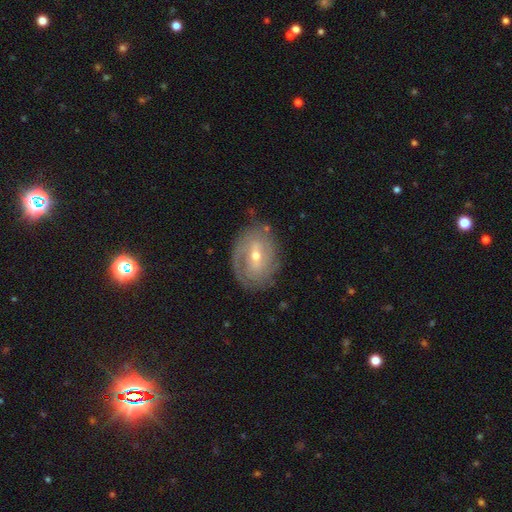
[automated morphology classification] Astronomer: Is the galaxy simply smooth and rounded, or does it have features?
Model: featured or disk — 78%.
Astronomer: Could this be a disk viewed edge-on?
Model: no — 95%.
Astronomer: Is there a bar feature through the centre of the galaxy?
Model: weak — 50% (runner-up: no, 26%).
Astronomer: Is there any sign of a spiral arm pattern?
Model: yes — 84%.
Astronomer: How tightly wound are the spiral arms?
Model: tight — 61%.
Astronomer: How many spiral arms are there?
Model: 2 — 42% (runner-up: can't tell, 33%).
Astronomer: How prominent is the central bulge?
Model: moderate — 49% (runner-up: small, 48%).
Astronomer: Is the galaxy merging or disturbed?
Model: none — 75%.